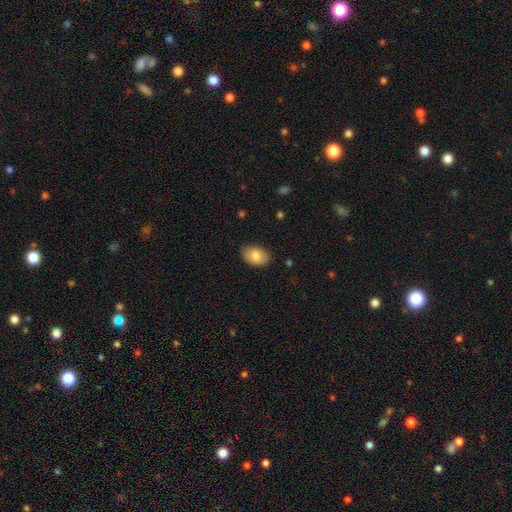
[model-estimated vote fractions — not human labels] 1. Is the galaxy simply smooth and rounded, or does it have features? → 84% smooth, 9% featured or disk, 7% star or artifact.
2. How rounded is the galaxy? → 87% in between, 12% round, 1% cigar-shaped.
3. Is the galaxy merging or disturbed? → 79% none, 18% minor disturbance, 3% major disturbance, 1% merger.